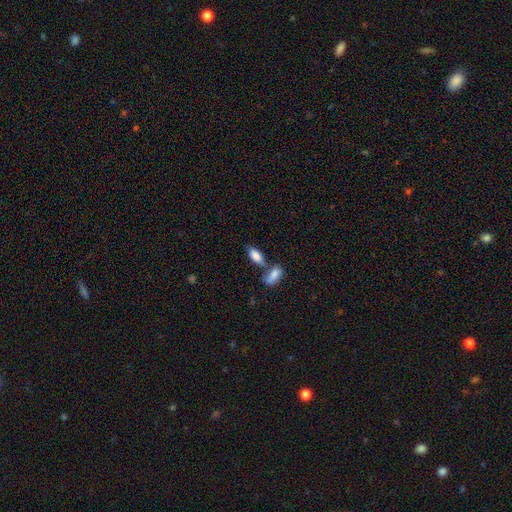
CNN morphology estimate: Overall: smooth (83%). How rounded: in between (87%). Merging: none (46%; merger 38%).